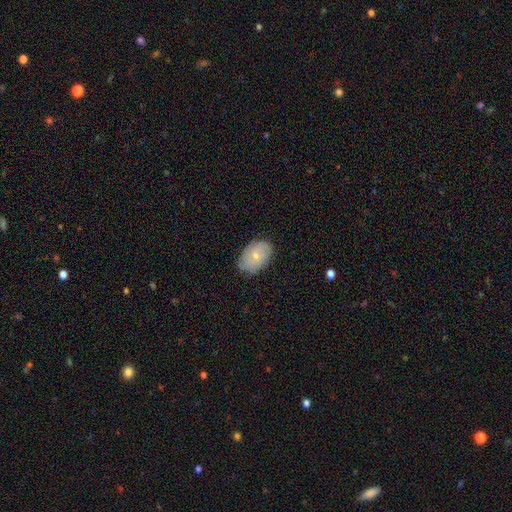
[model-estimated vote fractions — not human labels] This is possibly a smooth galaxy (52%). How rounded: clearly in between (86%). Merging: likely none (77%).